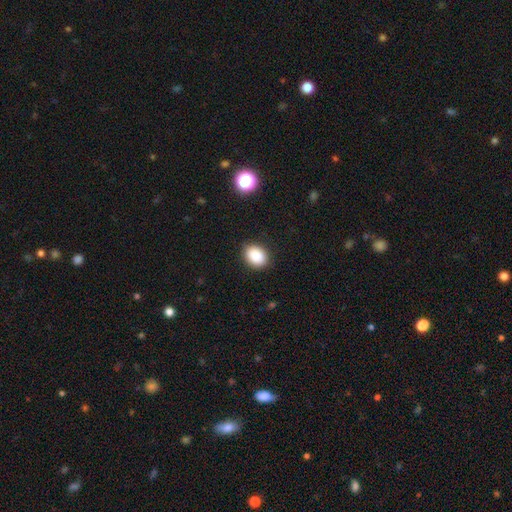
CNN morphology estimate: Smooth or featured?
  - smooth: 88% *
  - star or artifact: 9%
  - featured or disk: 3%
How rounded?
  - in between: 66% *
  - round: 33%
  - cigar-shaped: 1%
Merging?
  - none: 87% *
  - minor disturbance: 9%
  - major disturbance: 2%
  - merger: 1%